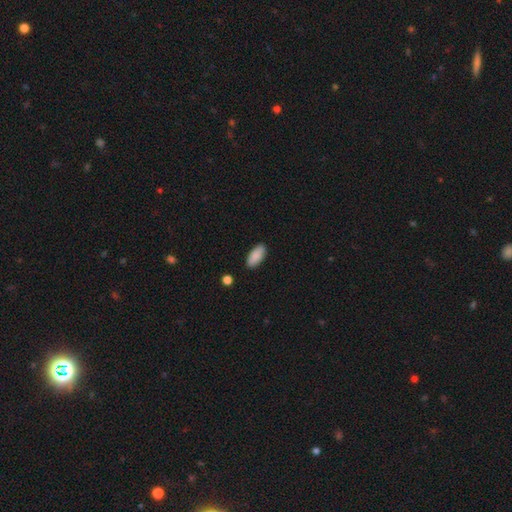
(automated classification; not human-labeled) Smooth or featured? smooth (89%)
How rounded? in between (90%)
Merging? none (88%)